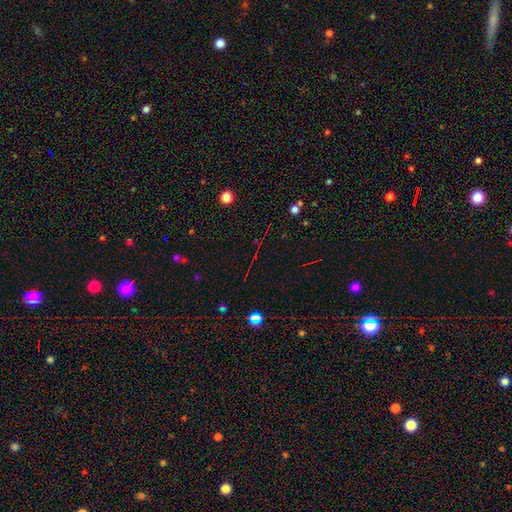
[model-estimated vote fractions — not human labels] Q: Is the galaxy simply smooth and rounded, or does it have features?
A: star or artifact — 73%.